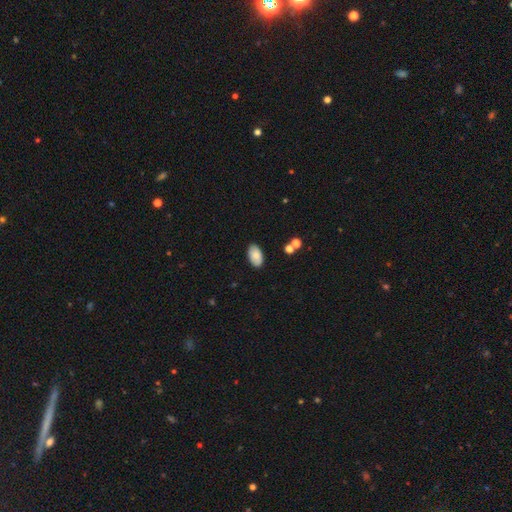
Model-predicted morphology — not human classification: This appears to be a smooth galaxy with no disk features (83%) that is in between round and cigar-shaped (95%). Merging: none (86%).